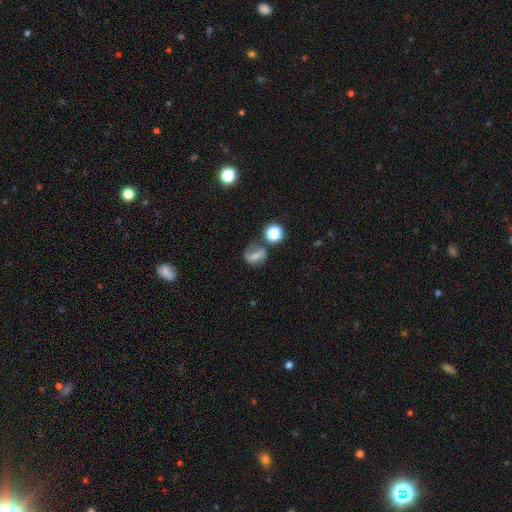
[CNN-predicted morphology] smooth 52%, featured or disk 32%, star or artifact 16%. Down the decision tree: how rounded — round (51%); merging — none (55%).